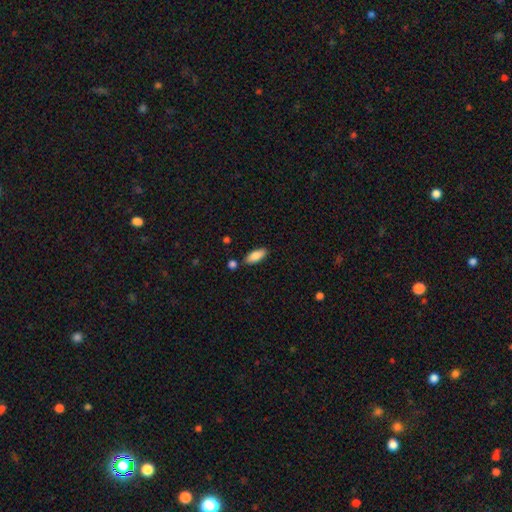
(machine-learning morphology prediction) smooth_or_featured: smooth (p=0.84) [alt: featured or disk p=0.10]
how_rounded: in between (p=0.78) [alt: cigar-shaped p=0.20]
merging: none (p=0.83) [alt: minor disturbance p=0.11]